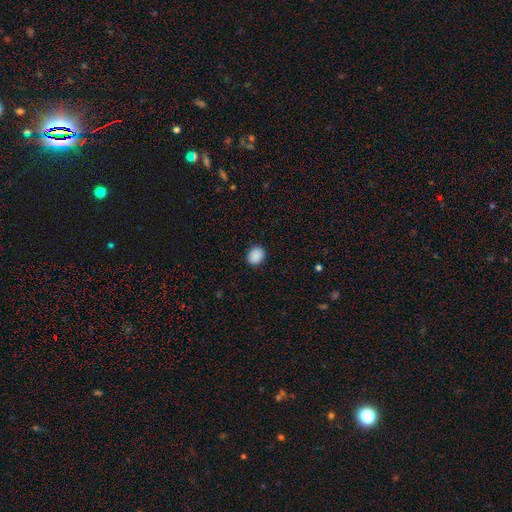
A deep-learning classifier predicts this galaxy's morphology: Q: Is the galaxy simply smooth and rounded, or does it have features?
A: smooth — 90%.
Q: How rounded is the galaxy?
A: round — 52%.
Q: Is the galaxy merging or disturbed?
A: none — 90%.